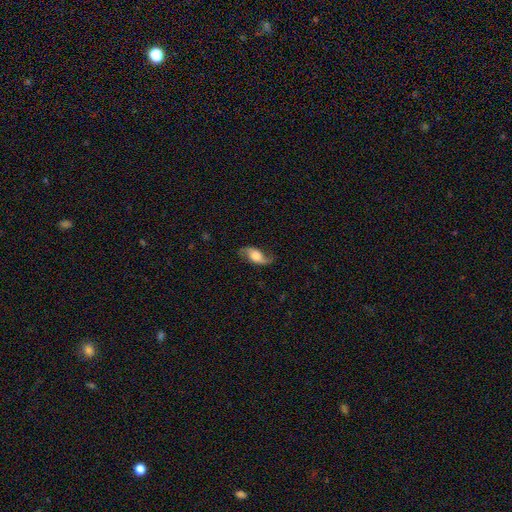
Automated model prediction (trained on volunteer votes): The model was most divided on "bulge size": large: 40%, moderate: 34%, small: 12%, dominant: 8%, none: 6%. More confident: spiral arms — yes (93%); spiral arm count — 2 (91%); edge-on disk — no (90%); spiral winding — loose (79%); merging — none (74%); smooth or featured — featured or disk (68%); bar — no (61%).